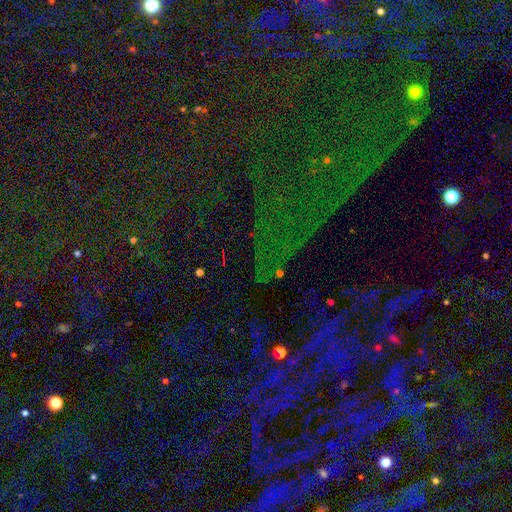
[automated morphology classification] The model was most divided on "smooth or featured": star or artifact: 83%, smooth: 10%, featured or disk: 8%.